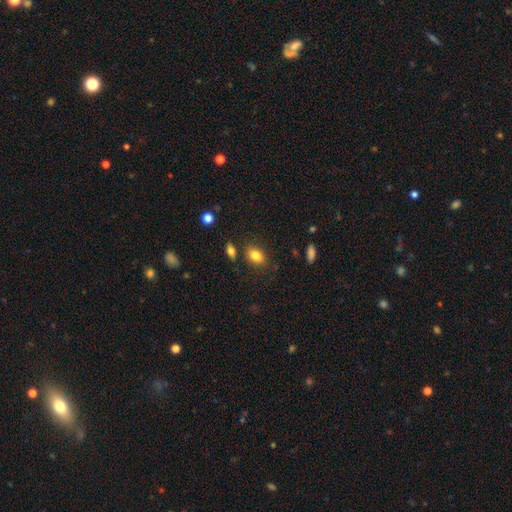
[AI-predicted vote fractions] Morphology: type=smooth (82%); roundness=in between (80%); merging=none (79%).